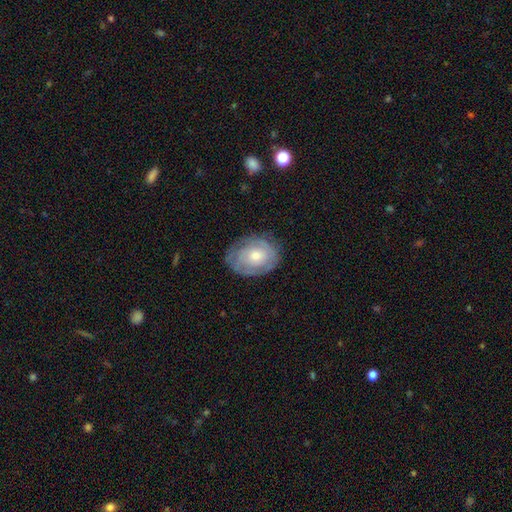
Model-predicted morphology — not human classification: smooth-or-featured: featured or disk: 55% | smooth: 38% | star or artifact: 7%
  disk-edge-on: no: 96% | yes: 4%
    bar: no: 83% | weak: 15% | strong: 2%
    has-spiral-arms: yes: 64% | no: 36%
    bulge-size: moderate: 58% | small: 27% | large: 11% | none: 2% | dominant: 1%
  merging: none: 72% | minor disturbance: 20% | major disturbance: 7% | merger: 1%